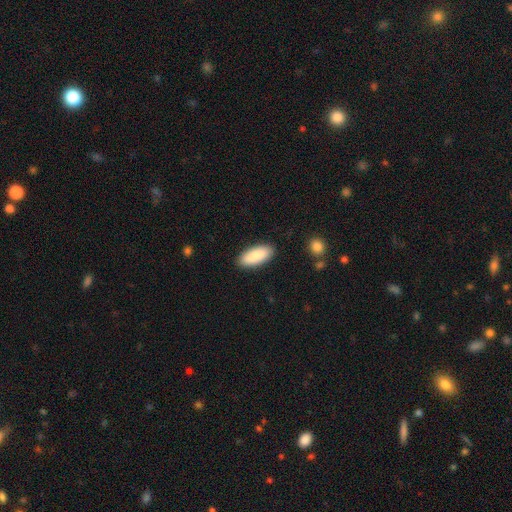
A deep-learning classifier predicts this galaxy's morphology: smooth_or_featured: smooth (p=0.90) [alt: star or artifact p=0.06]
how_rounded: in between (p=0.83) [alt: cigar-shaped p=0.15]
merging: none (p=0.89) [alt: minor disturbance p=0.08]